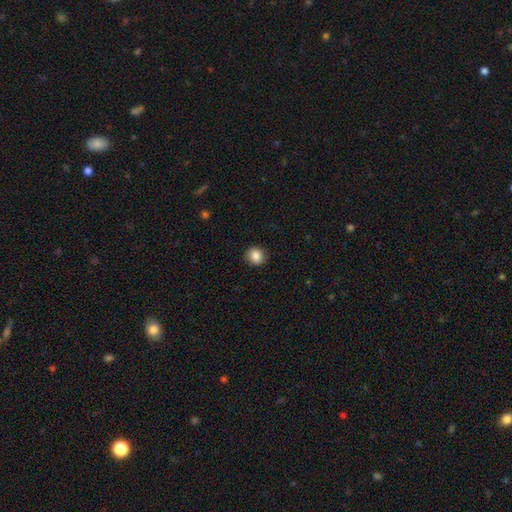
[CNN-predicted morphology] A smooth galaxy with no disk features (86%) that is round (80%). Merging: none (86%).